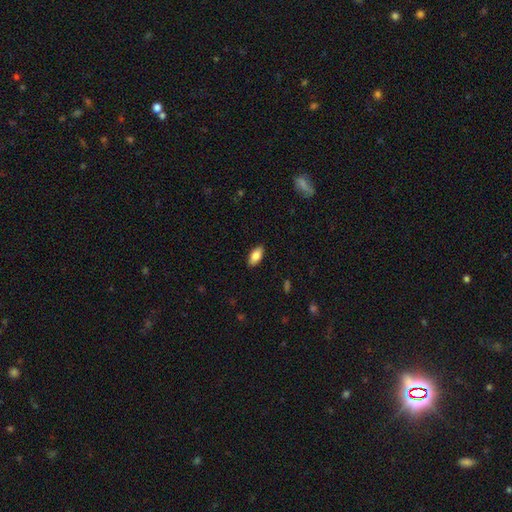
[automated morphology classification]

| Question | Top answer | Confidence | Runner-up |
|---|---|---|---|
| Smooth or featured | smooth | 83% | featured or disk (11%) |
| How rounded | in between | 89% | cigar-shaped (9%) |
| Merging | none | 89% | minor disturbance (8%) |